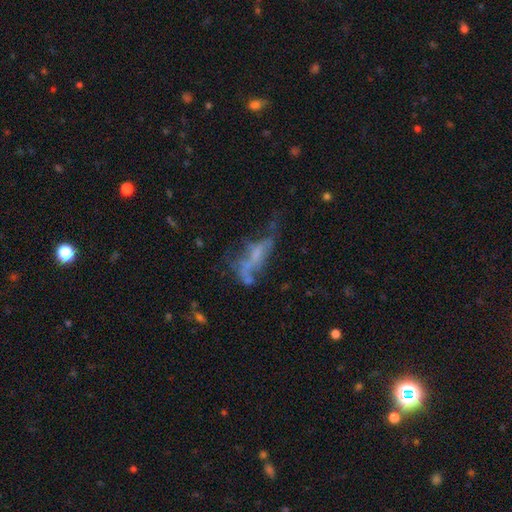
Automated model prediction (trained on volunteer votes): Overall: featured or disk (53%; smooth 28%). Edge-on disk: no (78%). Merging: major disturbance (35%; none 30%).